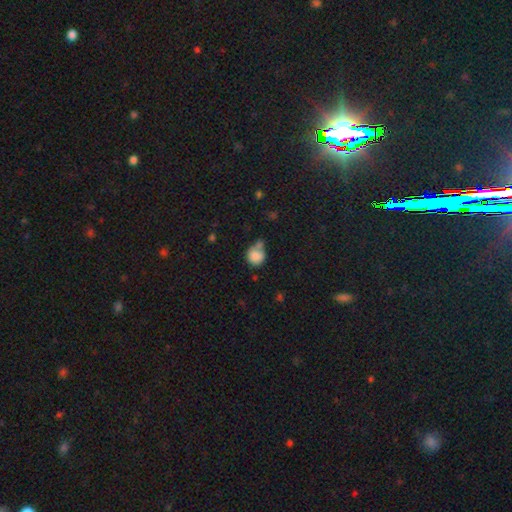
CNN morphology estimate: Smooth or featured: smooth — 83% (star or artifact — 9%)
How rounded: round — 80% (in between — 19%)
Merging: none — 42% (merger — 32%)